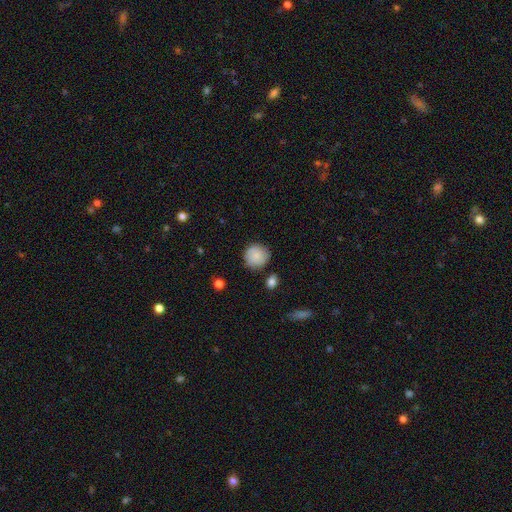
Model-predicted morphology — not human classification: Smooth or featured?
  - smooth: 78% *
  - featured or disk: 14%
  - star or artifact: 8%
How rounded?
  - round: 92% *
  - in between: 7%
  - cigar-shaped: 1%
Merging?
  - none: 80% *
  - minor disturbance: 14%
  - major disturbance: 3%
  - merger: 3%